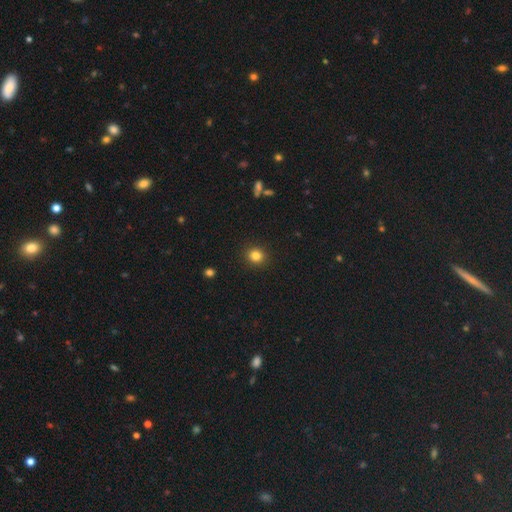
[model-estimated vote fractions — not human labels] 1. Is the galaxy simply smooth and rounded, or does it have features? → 83% smooth, 12% star or artifact, 5% featured or disk.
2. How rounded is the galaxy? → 88% round, 11% in between, 1% cigar-shaped.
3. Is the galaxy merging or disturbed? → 92% none, 5% minor disturbance, 2% major disturbance, 1% merger.